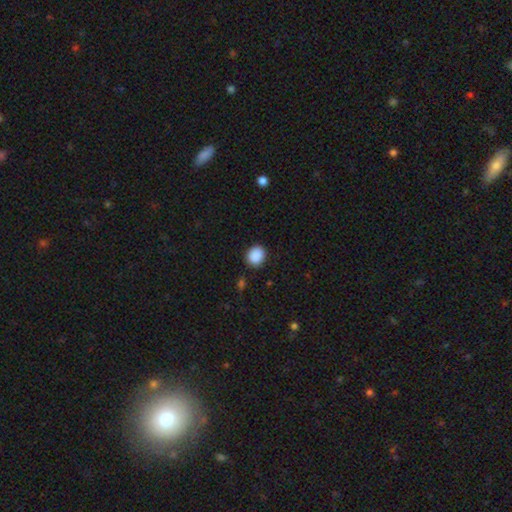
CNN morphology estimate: Overall: smooth (89%). How rounded: round (68%; in between 31%). Merging: none (87%).